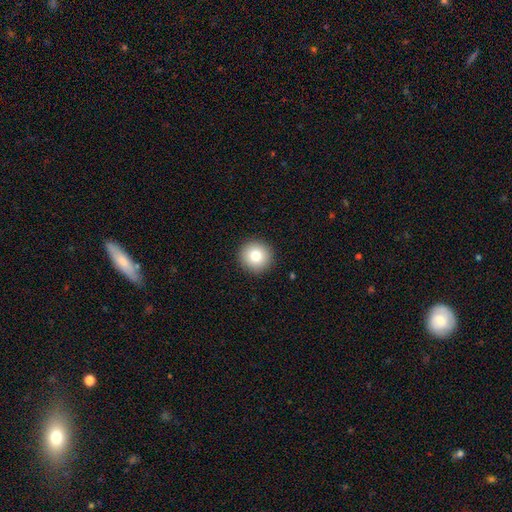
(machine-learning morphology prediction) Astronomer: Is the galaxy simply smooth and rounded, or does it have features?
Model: smooth — 81%.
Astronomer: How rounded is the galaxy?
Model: round — 95%.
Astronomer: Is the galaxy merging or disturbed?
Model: none — 92%.